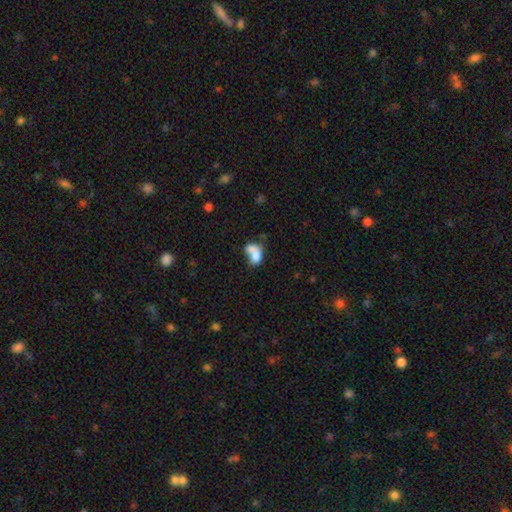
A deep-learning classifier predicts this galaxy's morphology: Smooth or featured?
  - smooth: 70% *
  - featured or disk: 20%
  - star or artifact: 10%
How rounded?
  - in between: 73% *
  - round: 25%
  - cigar-shaped: 2%
Merging?
  - merger: 62% *
  - none: 18%
  - major disturbance: 10%
  - minor disturbance: 10%